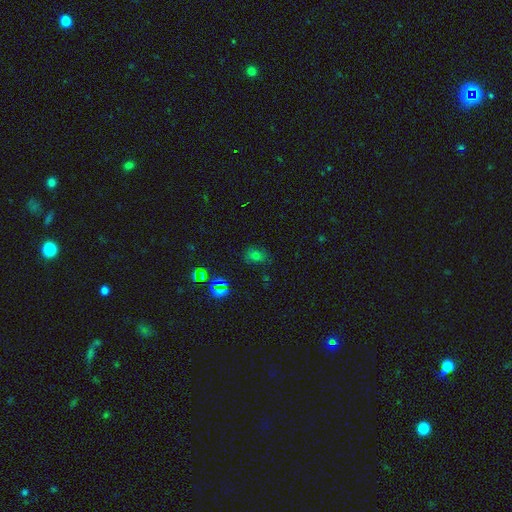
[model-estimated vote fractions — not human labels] This appears to be a smooth galaxy with no disk features (57%) that is in between round and cigar-shaped (70%). Merging: none (64%).